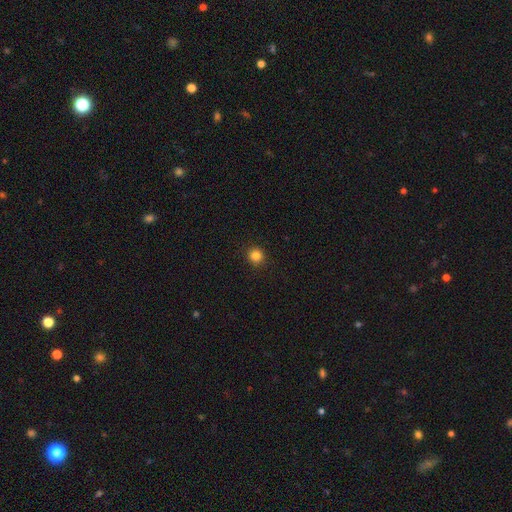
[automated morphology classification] This appears to be a smooth galaxy with no disk features (84%) that is round (94%). Merging: none (93%).